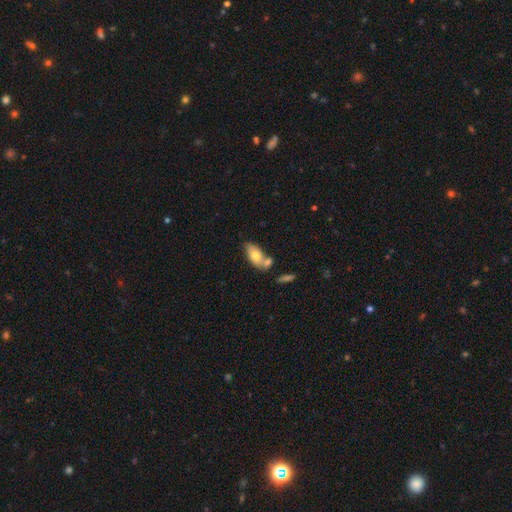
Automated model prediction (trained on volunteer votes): smooth 70%, featured or disk 24%, star or artifact 7%. Down the decision tree: how rounded — in between (89%); merging — none (45%).